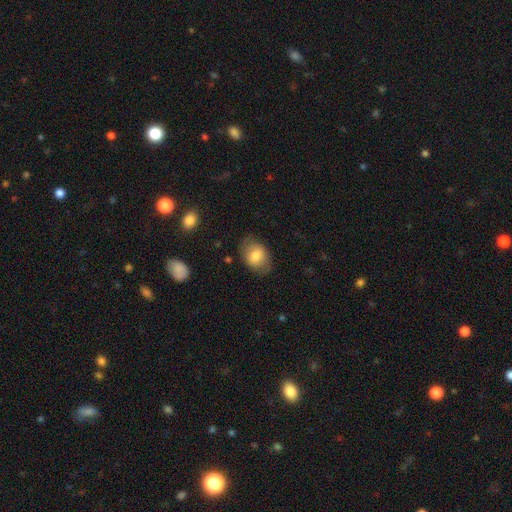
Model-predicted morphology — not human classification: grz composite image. It shows a smooth galaxy with no disk features (71%) that is in between round and cigar-shaped (66%). Merging: none (73%).